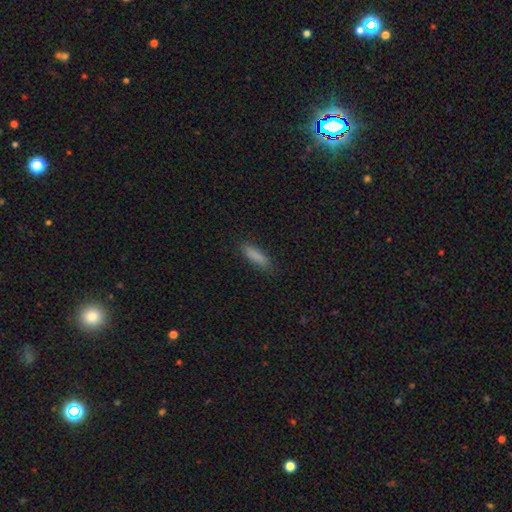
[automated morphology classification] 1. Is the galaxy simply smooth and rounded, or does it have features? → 86% smooth, 8% star or artifact, 6% featured or disk.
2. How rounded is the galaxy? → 63% cigar-shaped, 35% in between, 2% round.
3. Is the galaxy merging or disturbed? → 85% none, 11% minor disturbance, 2% major disturbance, 1% merger.